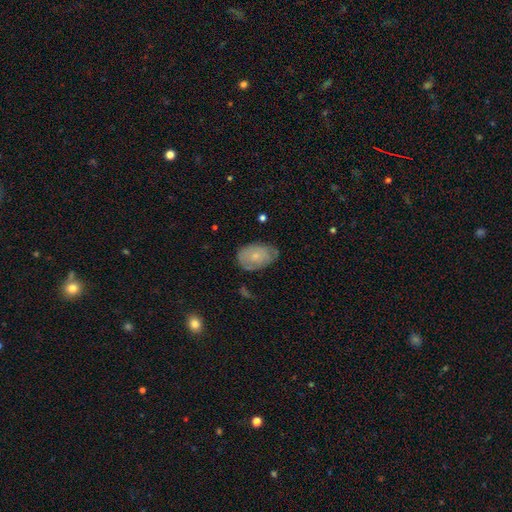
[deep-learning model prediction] smooth_or_featured: smooth (p=0.57) [alt: featured or disk p=0.35]
how_rounded: in between (p=0.87) [alt: round p=0.12]
merging: none (p=0.58) [alt: minor disturbance p=0.32]